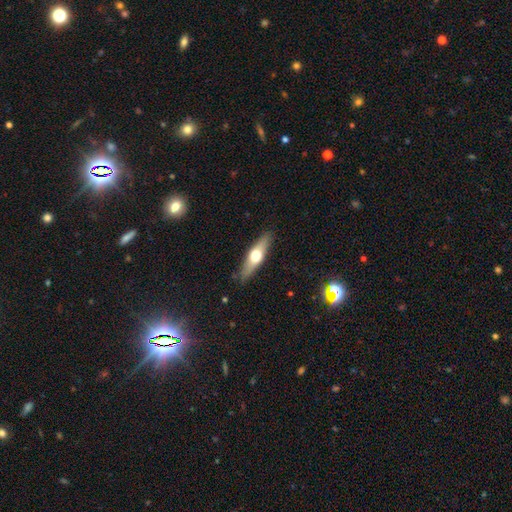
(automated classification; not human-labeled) The model was most divided on "smooth or featured": featured or disk: 52%, smooth: 42%, star or artifact: 6%. More confident: edge-on disk — yes (89%); merging — none (87%).